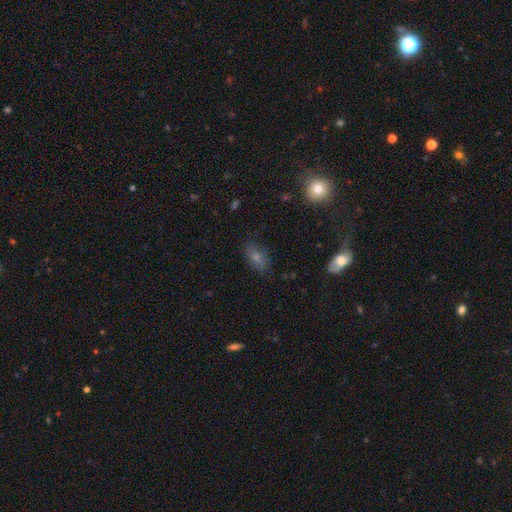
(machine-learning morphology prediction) type=smooth (57%); roundness=in between (84%); merging=none (79%).